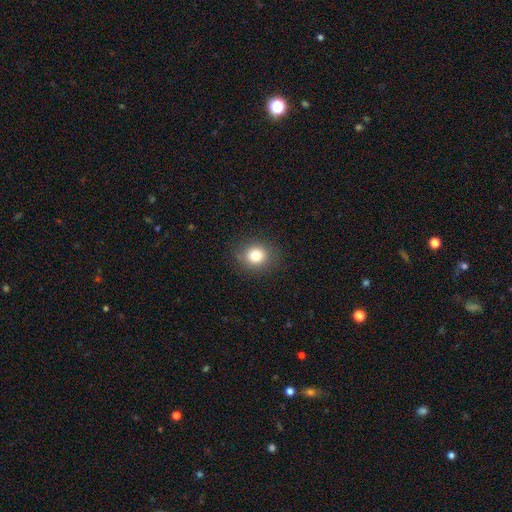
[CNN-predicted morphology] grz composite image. It shows a smooth galaxy with no disk features (81%) that is round (76%). Merging: none (87%).